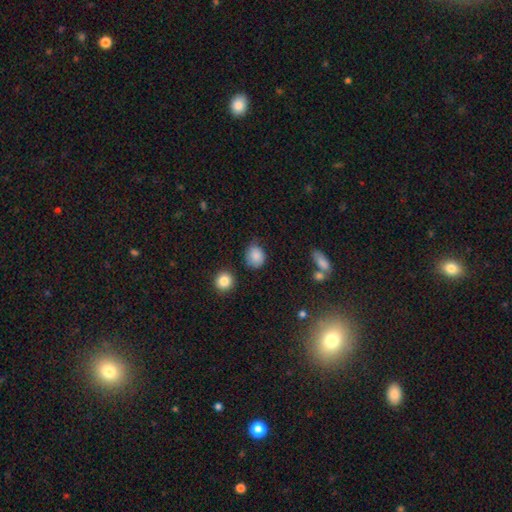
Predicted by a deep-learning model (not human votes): Smooth or featured? Predicted: smooth (p=0.85). How rounded? Predicted: round (p=0.63). Merging? Predicted: none (p=0.64).